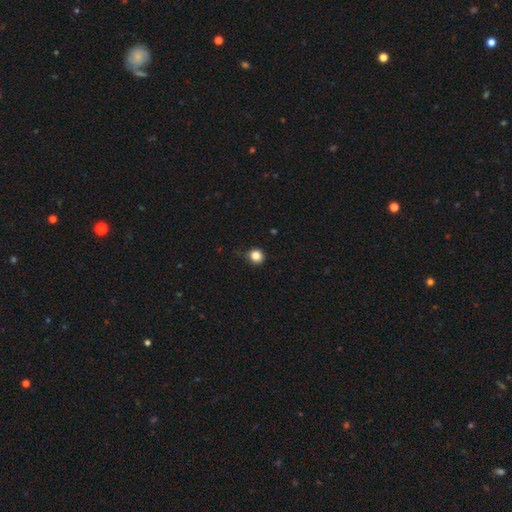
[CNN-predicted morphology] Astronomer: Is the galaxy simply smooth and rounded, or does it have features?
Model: smooth — 85%.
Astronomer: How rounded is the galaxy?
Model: round — 90%.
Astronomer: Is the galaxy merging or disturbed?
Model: none — 86%.